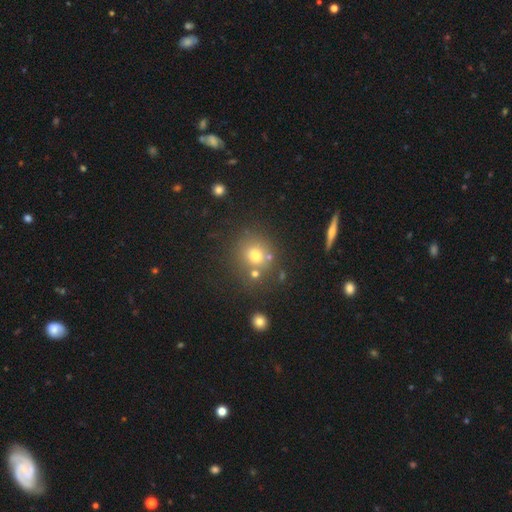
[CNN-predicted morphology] smooth_or_featured: smooth (p=0.69) [alt: star or artifact p=0.19]
how_rounded: round (p=0.86) [alt: in between p=0.13]
merging: none (p=0.71) [alt: merger p=0.14]